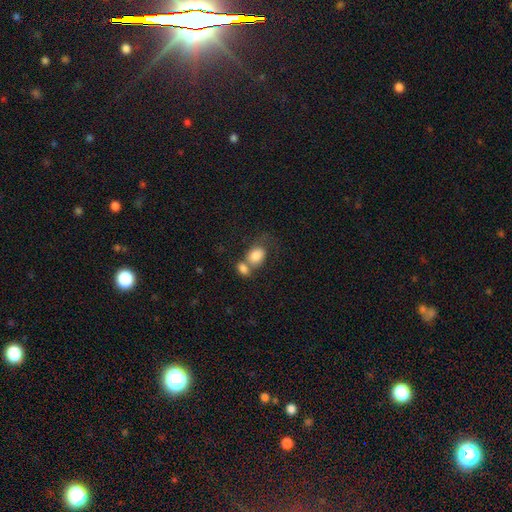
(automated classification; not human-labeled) Smooth or featured? smooth (82%)
How rounded? in between (63%)
Merging? merger (58%)